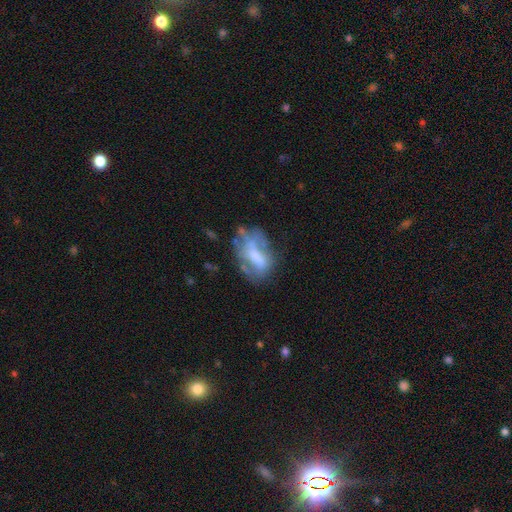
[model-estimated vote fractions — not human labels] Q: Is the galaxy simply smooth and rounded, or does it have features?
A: featured or disk — 50%.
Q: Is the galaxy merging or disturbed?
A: none — 40%.